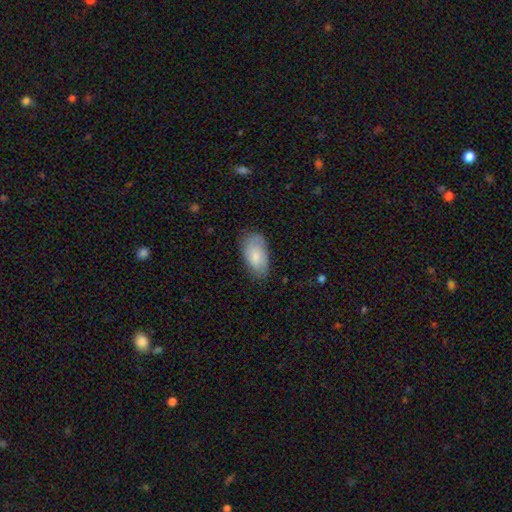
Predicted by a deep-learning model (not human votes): Overall: smooth (76%). How rounded: in between (94%). Merging: none (73%).